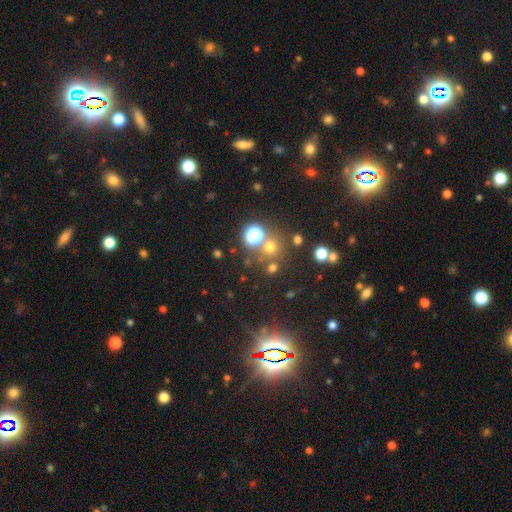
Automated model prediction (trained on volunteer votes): smooth_or_featured: star or artifact (p=0.77) [alt: smooth p=0.15]